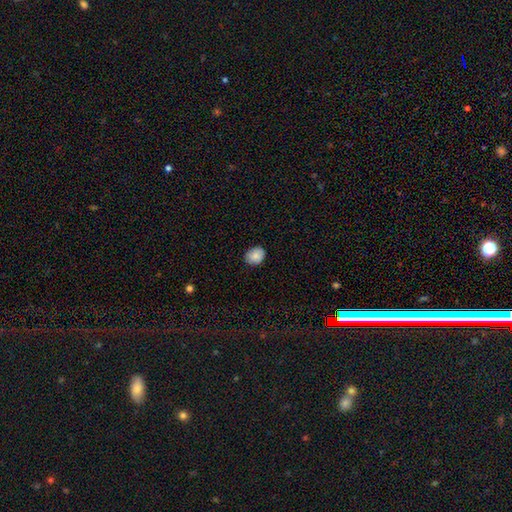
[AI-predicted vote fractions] Smooth or featured? Predicted: smooth (p=0.84). How rounded? Predicted: round (p=0.56). Merging? Predicted: none (p=0.84).